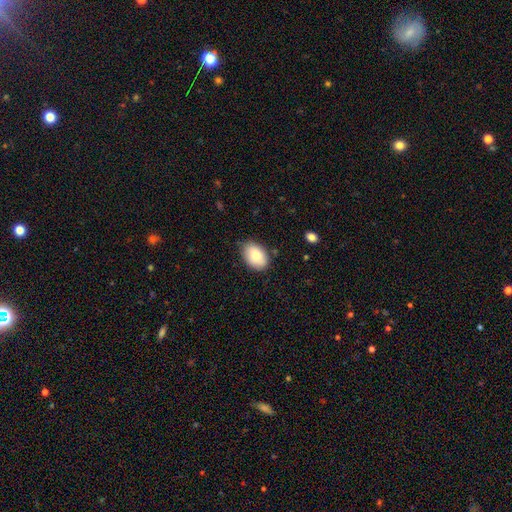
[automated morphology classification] Q: Smooth or featured?
A: smooth (85%); runner-up: featured or disk (8%)
Q: How rounded?
A: in between (86%); runner-up: round (13%)
Q: Merging?
A: none (80%); runner-up: minor disturbance (15%)